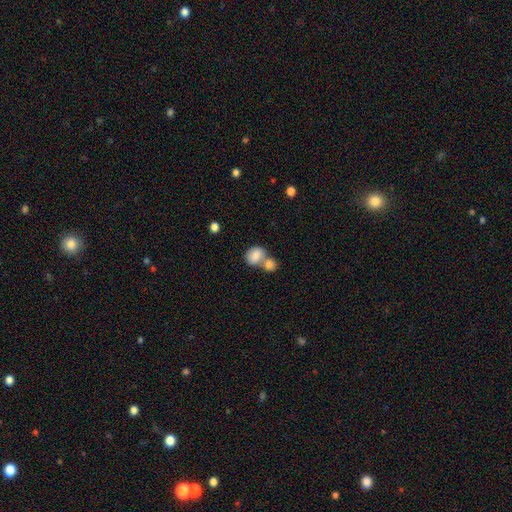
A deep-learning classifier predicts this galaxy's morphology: Q: Smooth or featured?
A: smooth (81%); runner-up: featured or disk (12%)
Q: How rounded?
A: in between (51%); runner-up: round (48%)
Q: Merging?
A: merger (62%); runner-up: none (26%)